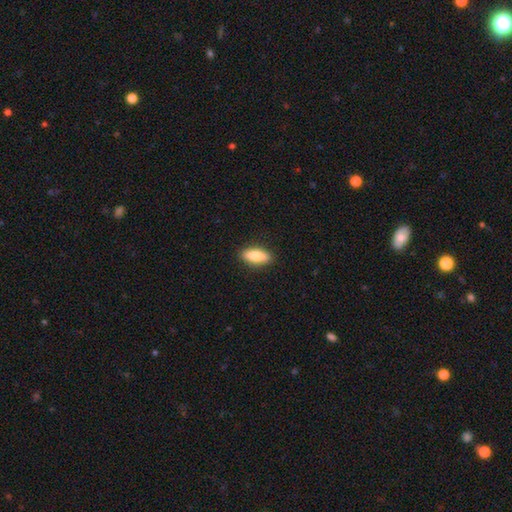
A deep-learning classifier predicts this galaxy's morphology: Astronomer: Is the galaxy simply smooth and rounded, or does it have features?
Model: smooth — 82%.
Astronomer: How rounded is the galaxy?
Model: in between — 71%.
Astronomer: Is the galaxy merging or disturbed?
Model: none — 89%.